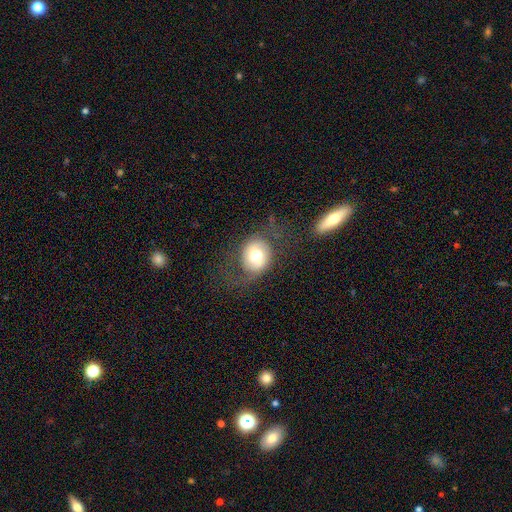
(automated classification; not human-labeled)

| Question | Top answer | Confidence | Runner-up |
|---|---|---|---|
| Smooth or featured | smooth | 51% | featured or disk (40%) |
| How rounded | round | 64% | in between (35%) |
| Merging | none | 60% | major disturbance (19%) |